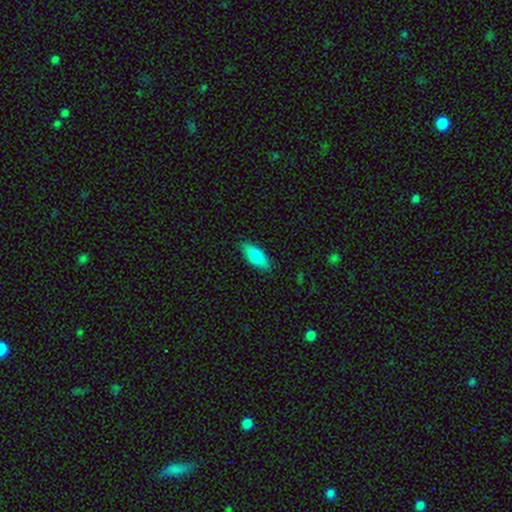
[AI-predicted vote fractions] Smooth or featured?
  - smooth: 75% *
  - featured or disk: 19%
  - star or artifact: 6%
How rounded?
  - in between: 77% *
  - cigar-shaped: 20%
  - round: 3%
Merging?
  - none: 86% *
  - minor disturbance: 11%
  - major disturbance: 2%
  - merger: 1%